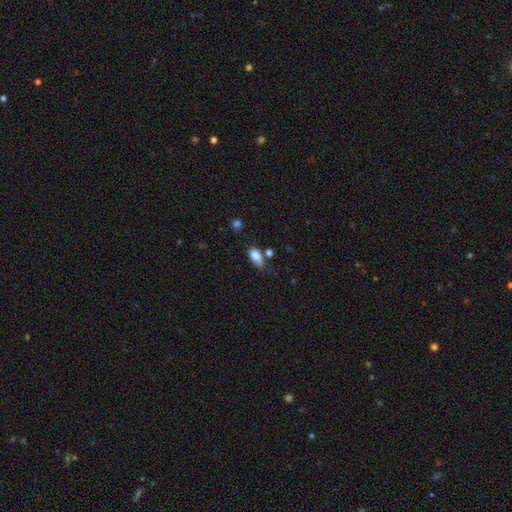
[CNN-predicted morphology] Smooth or featured? Predicted: smooth (p=0.85). How rounded? Predicted: in between (p=0.90). Merging? Predicted: none (p=0.52).